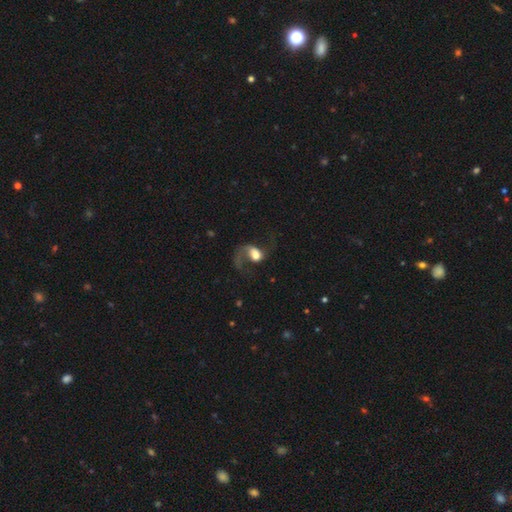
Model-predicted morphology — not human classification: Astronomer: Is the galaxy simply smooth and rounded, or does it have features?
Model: featured or disk — 67%.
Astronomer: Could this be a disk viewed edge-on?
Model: no — 97%.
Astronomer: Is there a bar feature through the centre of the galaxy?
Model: no — 50% (runner-up: weak, 36%).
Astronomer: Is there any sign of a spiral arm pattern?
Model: yes — 90%.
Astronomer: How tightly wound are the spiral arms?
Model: loose — 73%.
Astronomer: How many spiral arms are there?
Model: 2 — 64%.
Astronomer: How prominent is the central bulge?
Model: large — 43% (runner-up: moderate, 32%).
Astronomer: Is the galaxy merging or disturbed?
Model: none — 42% (runner-up: major disturbance, 40%).